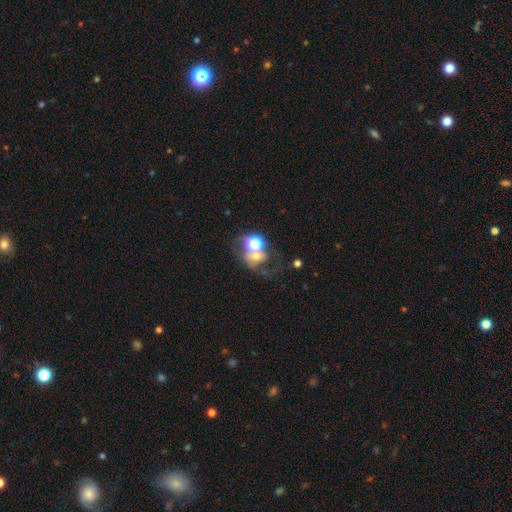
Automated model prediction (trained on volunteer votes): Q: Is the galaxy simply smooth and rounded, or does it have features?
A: smooth — 42%.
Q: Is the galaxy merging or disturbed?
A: merger — 41%.